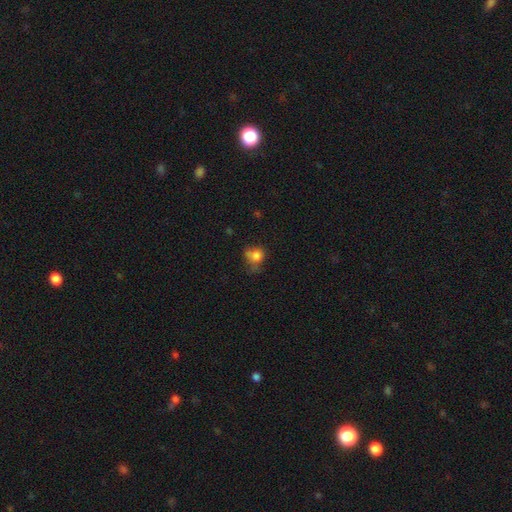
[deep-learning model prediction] This appears to be a smooth galaxy with no disk features (78%) that is round (67%). Merging: none (39%).